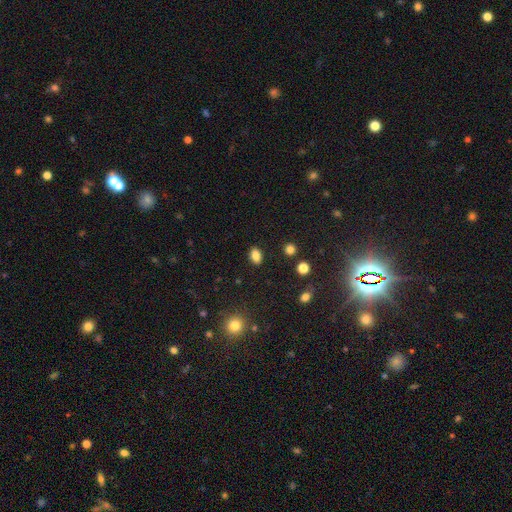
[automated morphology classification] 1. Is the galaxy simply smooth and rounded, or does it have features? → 85% smooth, 11% star or artifact, 5% featured or disk.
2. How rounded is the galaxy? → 82% in between, 16% round, 2% cigar-shaped.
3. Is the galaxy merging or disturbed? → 88% none, 8% minor disturbance, 2% major disturbance, 2% merger.